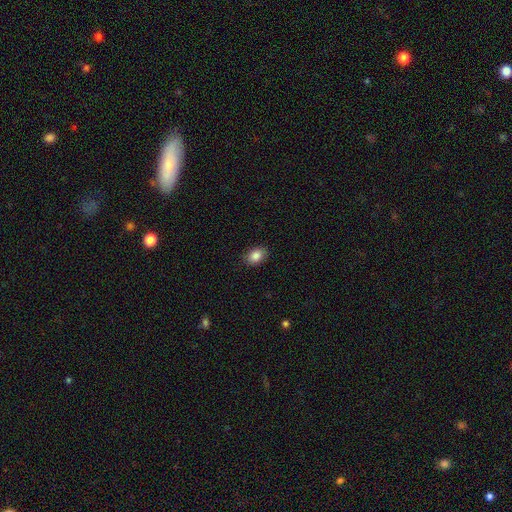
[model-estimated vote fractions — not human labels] Smooth or featured? smooth (86%)
How rounded? in between (79%)
Merging? none (87%)